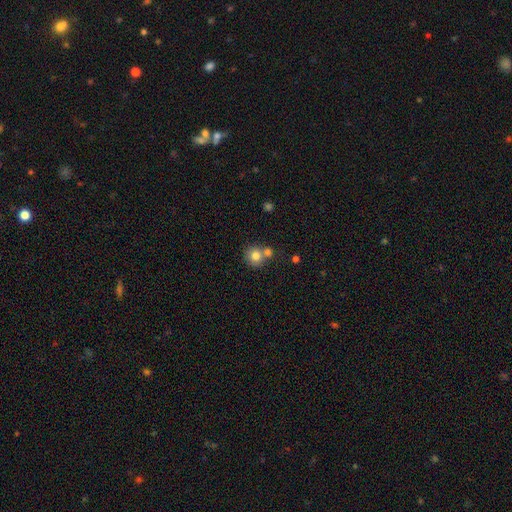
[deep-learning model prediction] Q: Smooth or featured?
A: smooth (80%); runner-up: featured or disk (11%)
Q: How rounded?
A: round (87%); runner-up: in between (12%)
Q: Merging?
A: none (50%); runner-up: merger (38%)